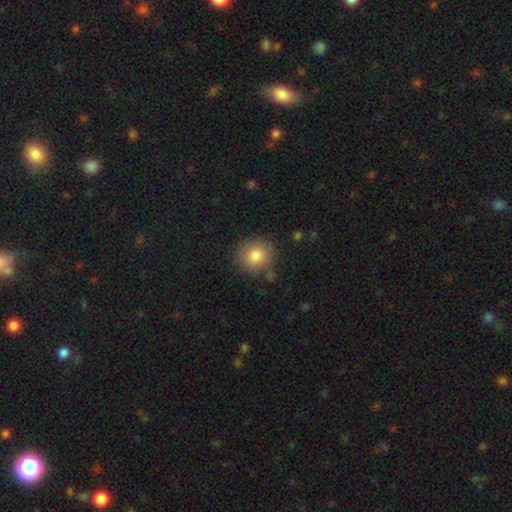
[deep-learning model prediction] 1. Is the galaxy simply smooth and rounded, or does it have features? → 83% smooth, 9% star or artifact, 9% featured or disk.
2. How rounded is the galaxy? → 87% round, 12% in between, 1% cigar-shaped.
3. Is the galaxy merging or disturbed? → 84% none, 10% minor disturbance, 3% major disturbance, 2% merger.